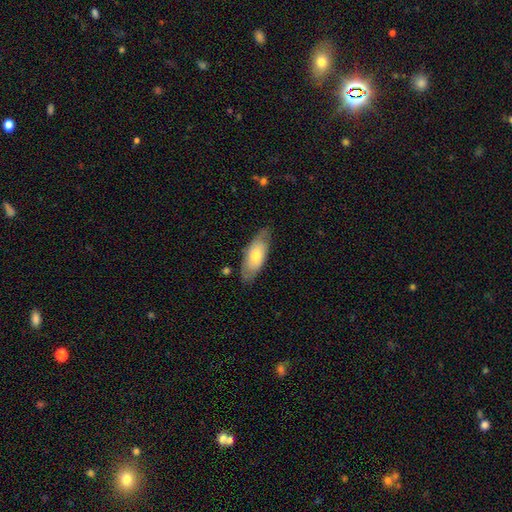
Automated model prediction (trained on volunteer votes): This appears to be a smooth galaxy with no disk features (63%) that is in between round and cigar-shaped (79%). Merging: none (75%).